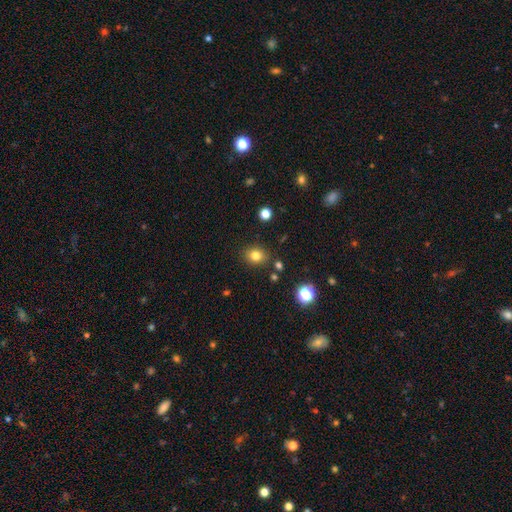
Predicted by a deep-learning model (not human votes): smooth-or-featured: smooth: 80% | star or artifact: 13% | featured or disk: 7%
  how-rounded: round: 62% | in between: 37% | cigar-shaped: 1%
  merging: none: 85% | minor disturbance: 9% | merger: 3% | major disturbance: 3%